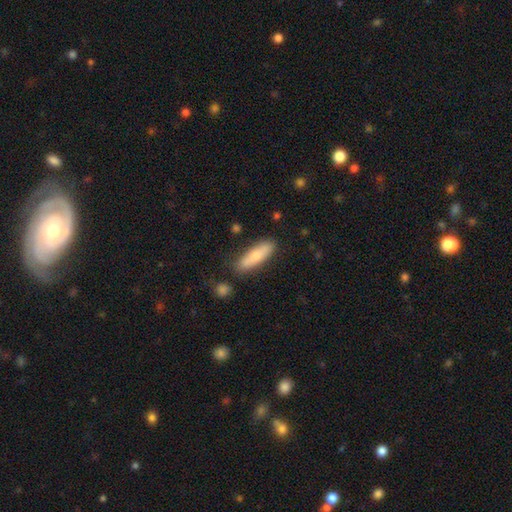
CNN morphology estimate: type=smooth (73%); roundness=cigar-shaped (58%); merging=none (81%).